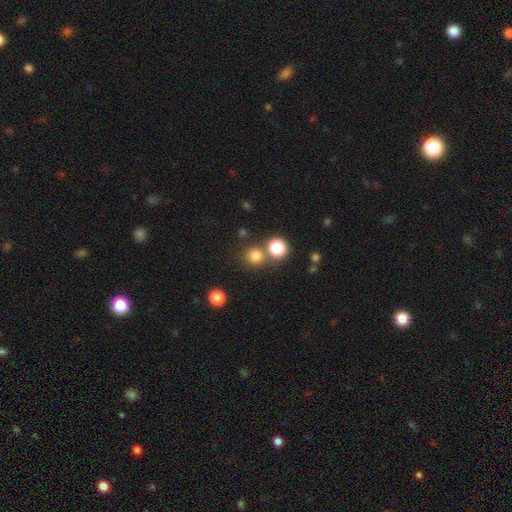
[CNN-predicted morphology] Smooth or featured: smooth — 79% (star or artifact — 16%)
How rounded: round — 92% (in between — 7%)
Merging: none — 72% (merger — 19%)